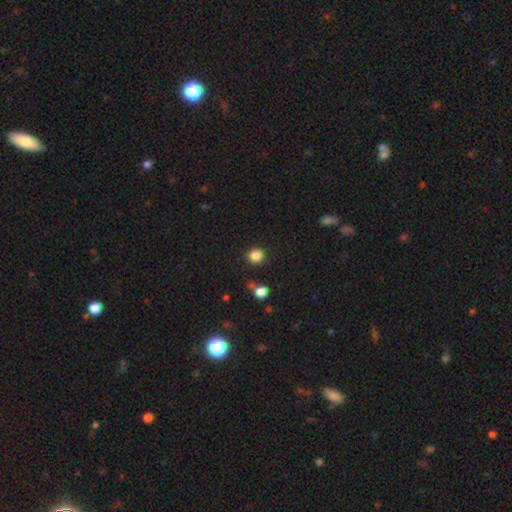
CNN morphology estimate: Overall: smooth (85%). How rounded: round (92%). Merging: none (88%).